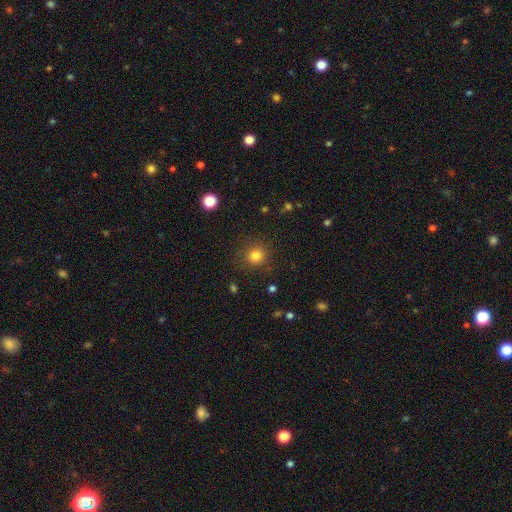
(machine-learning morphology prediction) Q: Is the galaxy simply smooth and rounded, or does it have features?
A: smooth — 81%.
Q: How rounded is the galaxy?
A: round — 89%.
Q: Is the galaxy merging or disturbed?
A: none — 86%.